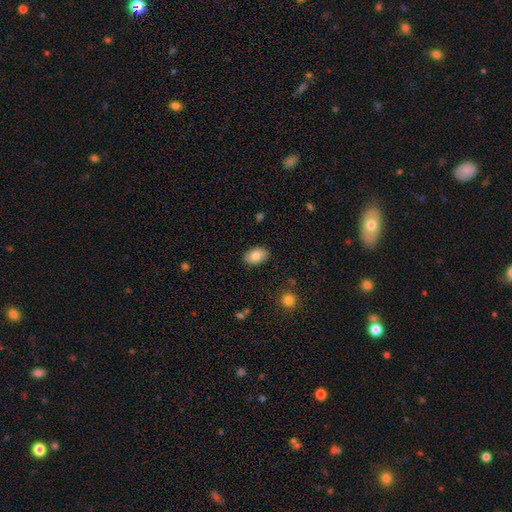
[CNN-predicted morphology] Smooth or featured? Predicted: smooth (p=0.81). How rounded? Predicted: in between (p=0.90). Merging? Predicted: none (p=0.87).